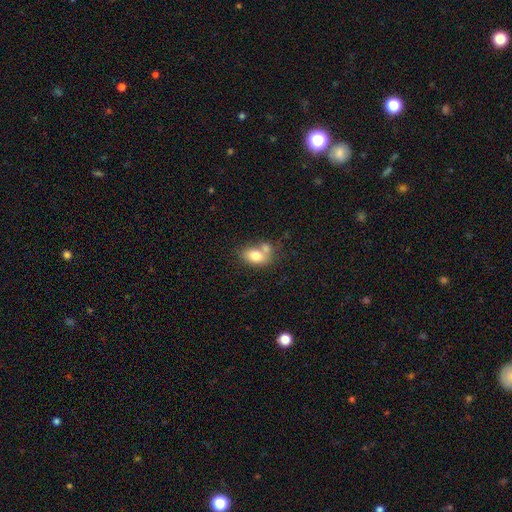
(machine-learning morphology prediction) Overall: smooth (76%). How rounded: in between (80%). Merging: merger (43%; none 38%).